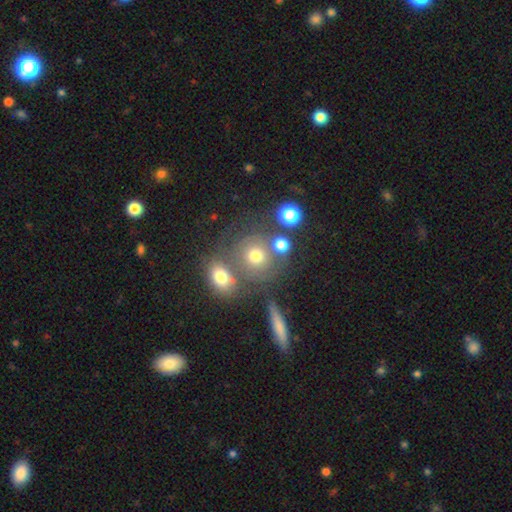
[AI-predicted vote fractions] Morphology: type=smooth (62%); roundness=round (80%); merging=none (49%).